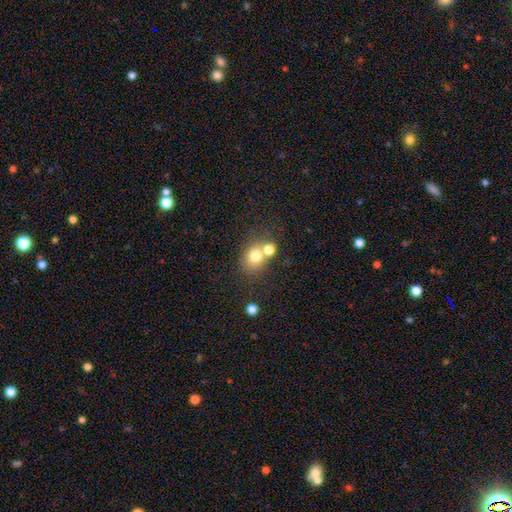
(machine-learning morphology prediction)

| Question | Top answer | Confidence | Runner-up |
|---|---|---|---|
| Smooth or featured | smooth | 74% | featured or disk (13%) |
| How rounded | round | 66% | in between (33%) |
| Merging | none | 48% | merger (39%) |